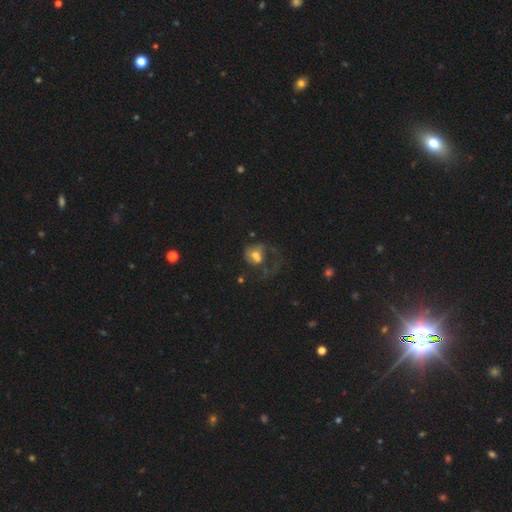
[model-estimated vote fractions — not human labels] A smooth galaxy with no disk features (52%) that is round (56%).

Vote fractions:
- Smooth or featured? smooth: 52% / featured or disk: 37% / star or artifact: 11%
- How rounded? round: 56% / in between: 43% / cigar-shaped: 1%
- Merging? major disturbance: 52% / none: 22% / minor disturbance: 14% / merger: 11%